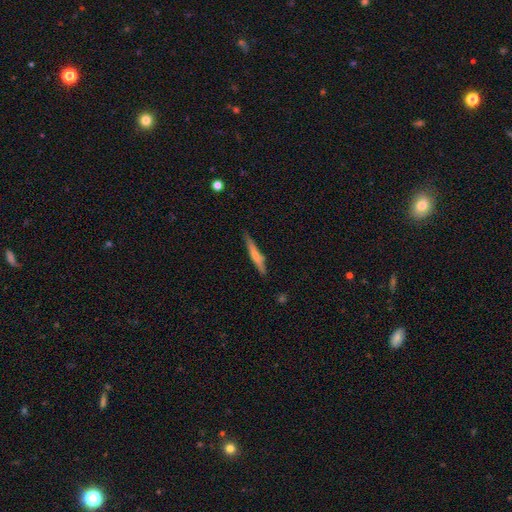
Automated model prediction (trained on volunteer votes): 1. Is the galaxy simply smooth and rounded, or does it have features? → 57% smooth, 37% featured or disk, 6% star or artifact.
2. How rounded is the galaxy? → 94% cigar-shaped, 5% in between, 2% round.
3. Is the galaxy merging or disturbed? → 82% none, 13% minor disturbance, 3% merger, 2% major disturbance.